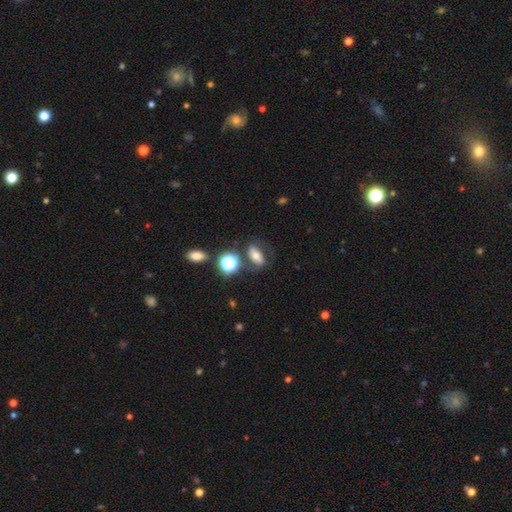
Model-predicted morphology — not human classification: A smooth galaxy with no disk features (47%). Merging: none (59%).